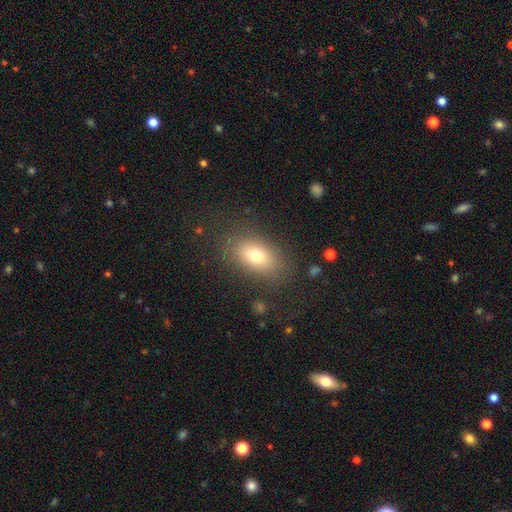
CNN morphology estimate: The model was most divided on "smooth or featured": smooth: 75%, featured or disk: 14%, star or artifact: 11%. More confident: how rounded — in between (85%); merging — none (81%).